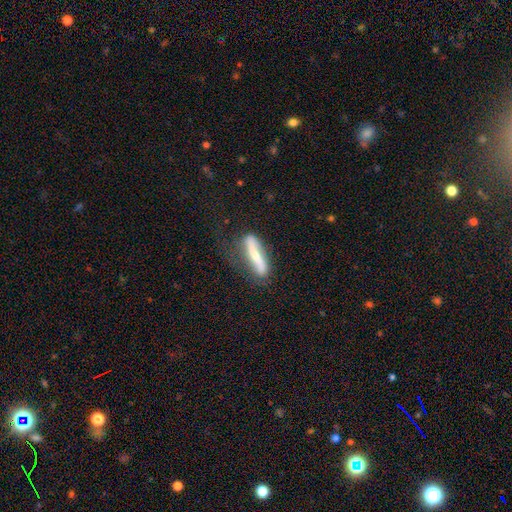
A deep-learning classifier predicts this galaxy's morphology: This appears to be a featured or disk galaxy (57%) viewed edge-on (52%). Merging: none (60%).